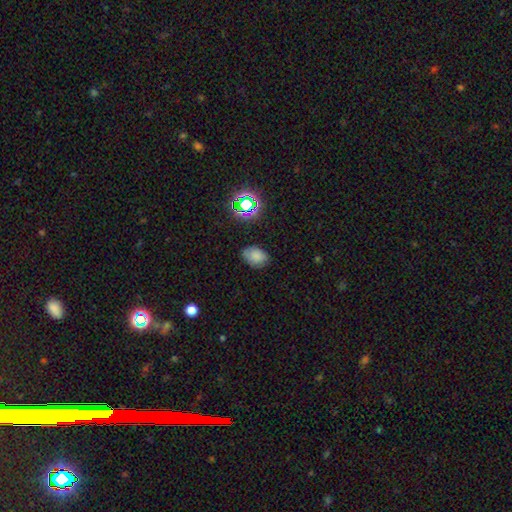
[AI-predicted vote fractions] This appears to be a smooth galaxy with no disk features (74%) that is in between round and cigar-shaped (77%). Merging: none (75%).